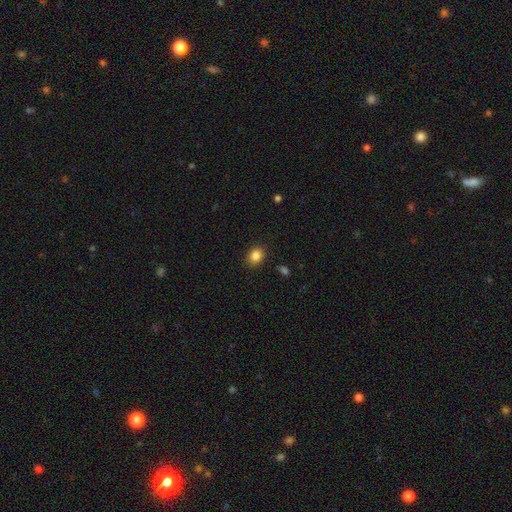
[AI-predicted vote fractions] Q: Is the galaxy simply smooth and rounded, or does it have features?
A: smooth — 85%.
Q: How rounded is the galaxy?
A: round — 53%.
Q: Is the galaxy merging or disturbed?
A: none — 88%.